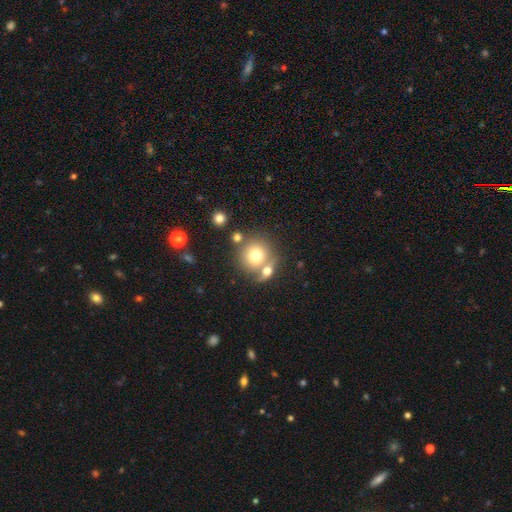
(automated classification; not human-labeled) The model was most divided on "merging": none: 54%, merger: 33%, minor disturbance: 9%, major disturbance: 4%. More confident: how rounded — round (87%); smooth or featured — smooth (72%).